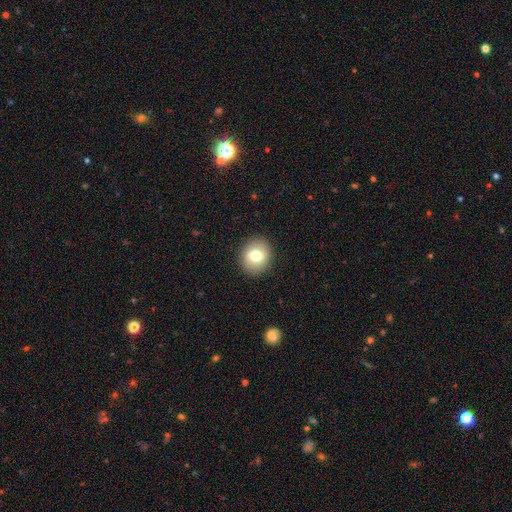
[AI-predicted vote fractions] Overall: smooth (76%). How rounded: round (76%). Merging: none (91%).